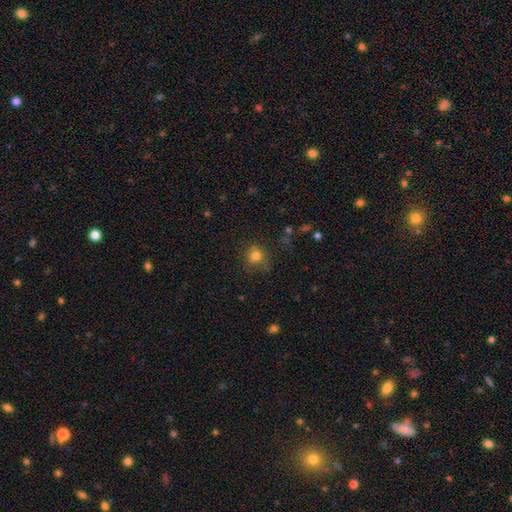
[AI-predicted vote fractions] Smooth or featured? Predicted: smooth (p=0.79). How rounded? Predicted: round (p=0.86). Merging? Predicted: none (p=0.73).